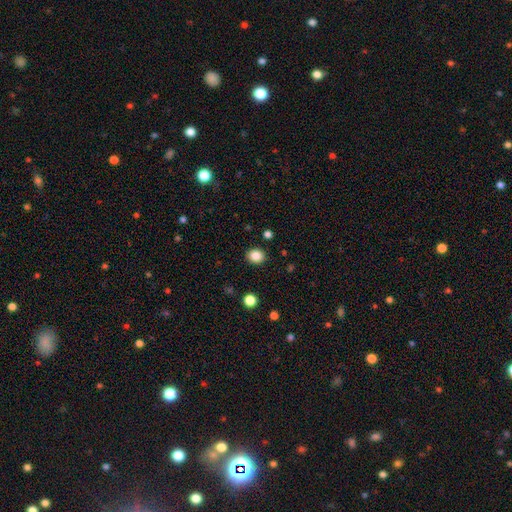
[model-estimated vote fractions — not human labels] This is clearly a smooth galaxy (85%). How rounded: likely round (77%). Merging: clearly none (90%).